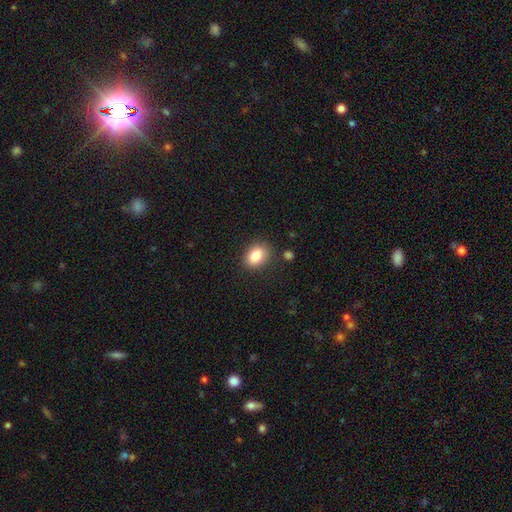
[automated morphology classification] type=smooth (83%); roundness=in between (68%); merging=none (84%).